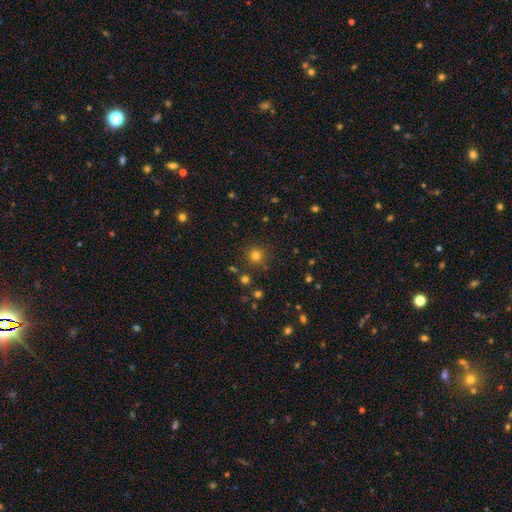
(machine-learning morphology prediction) The model was most divided on "smooth or featured": smooth: 78%, star or artifact: 17%, featured or disk: 5%. More confident: how rounded — round (94%); merging — none (87%).